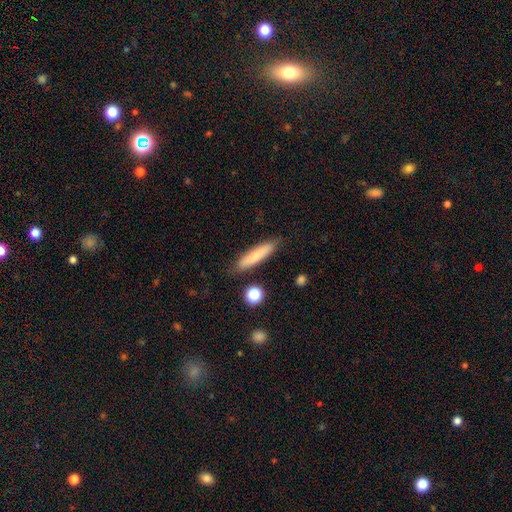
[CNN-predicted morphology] The model was most divided on "smooth or featured": smooth: 73%, featured or disk: 20%, star or artifact: 7%. More confident: merging — none (83%); how rounded — cigar-shaped (81%).